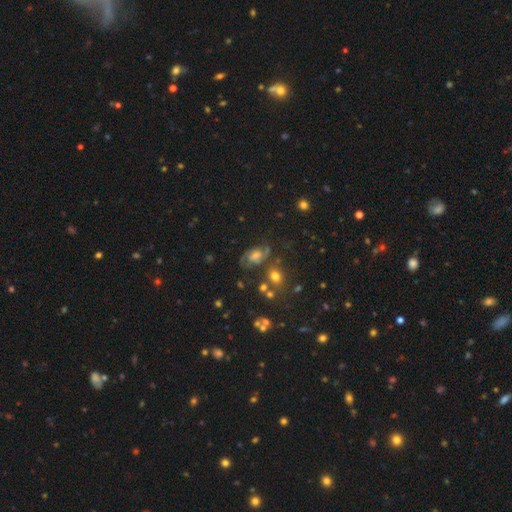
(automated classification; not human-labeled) Q: Smooth or featured?
A: featured or disk (62%); runner-up: smooth (24%)
Q: Edge-on disk?
A: no (96%); runner-up: yes (4%)
Q: Bar?
A: no (57%); runner-up: weak (36%)
Q: Spiral arms?
A: yes (86%); runner-up: no (14%)
Q: Spiral winding?
A: medium (50%); runner-up: tight (26%)
Q: Spiral arm count?
A: 2 (77%); runner-up: can't tell (11%)
Q: Bulge size?
A: moderate (45%); runner-up: small (28%)
Q: Merging?
A: none (58%); runner-up: minor disturbance (22%)